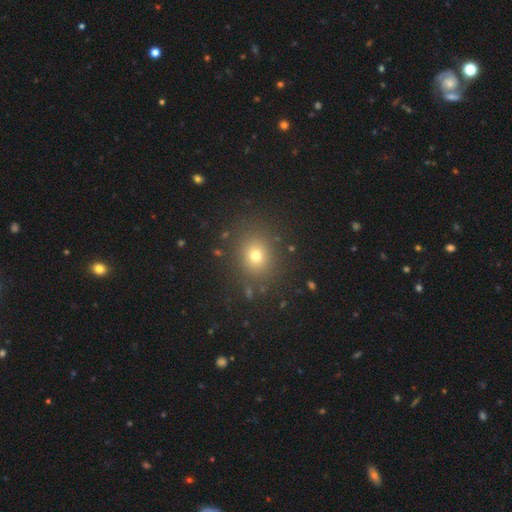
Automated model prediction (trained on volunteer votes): Smooth or featured? Predicted: smooth (p=0.70). How rounded? Predicted: round (p=0.70). Merging? Predicted: none (p=0.87).